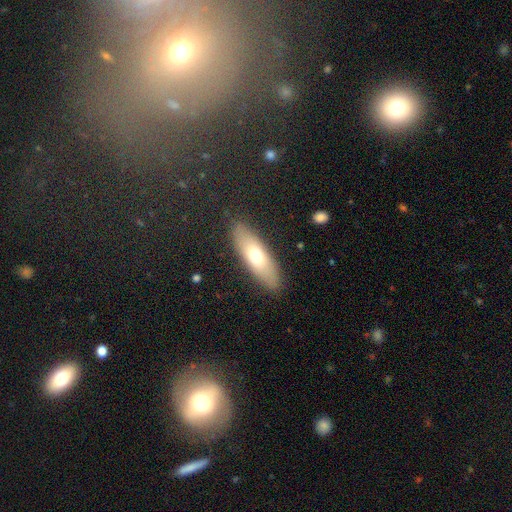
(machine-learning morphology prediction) Smooth or featured? Predicted: smooth (p=0.64). How rounded? Predicted: in between (p=0.55). Merging? Predicted: none (p=0.87).